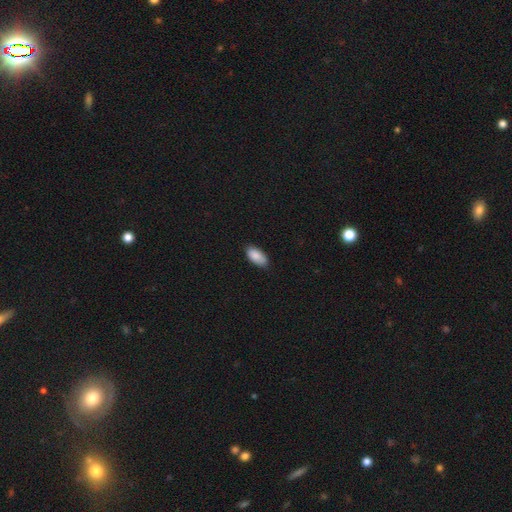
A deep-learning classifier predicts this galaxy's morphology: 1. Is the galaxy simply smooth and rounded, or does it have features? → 89% smooth, 6% star or artifact, 5% featured or disk.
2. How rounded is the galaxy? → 93% in between, 4% cigar-shaped, 2% round.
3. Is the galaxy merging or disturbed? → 82% none, 15% minor disturbance, 2% major disturbance, 1% merger.